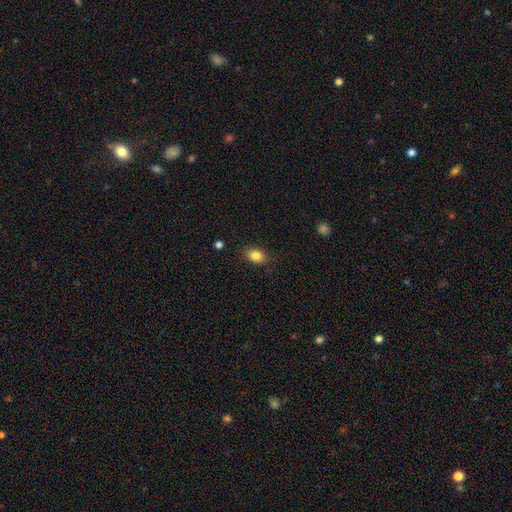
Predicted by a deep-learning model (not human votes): Smooth or featured? Predicted: smooth (p=0.84). How rounded? Predicted: in between (p=0.74). Merging? Predicted: none (p=0.84).